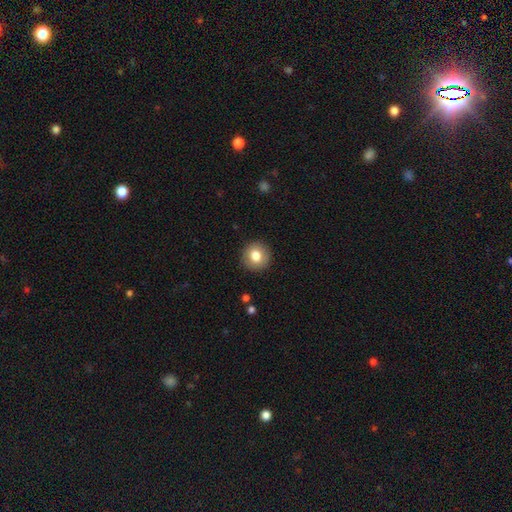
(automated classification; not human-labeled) Morphology: type=smooth (80%); roundness=round (92%); merging=none (91%).